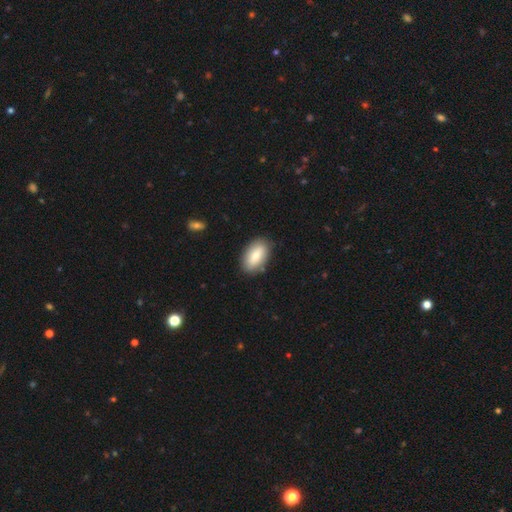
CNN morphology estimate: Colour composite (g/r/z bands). It shows a smooth galaxy with no disk features (81%) that is in between round and cigar-shaped (94%). Merging: none (85%).